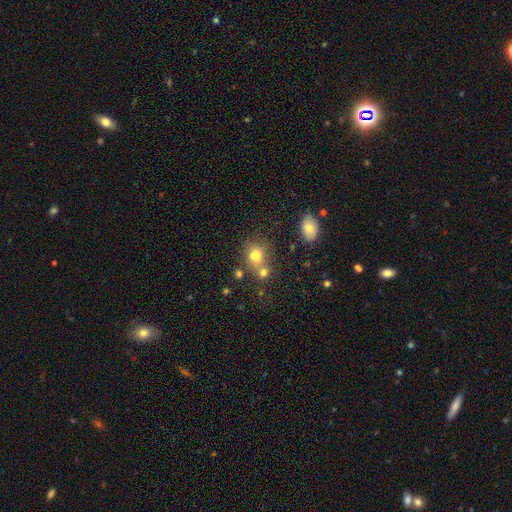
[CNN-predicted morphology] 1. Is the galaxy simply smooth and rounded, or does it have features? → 75% smooth, 14% star or artifact, 11% featured or disk.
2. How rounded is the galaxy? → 62% round, 37% in between, 1% cigar-shaped.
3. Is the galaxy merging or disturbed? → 46% none, 36% merger, 12% minor disturbance, 5% major disturbance.